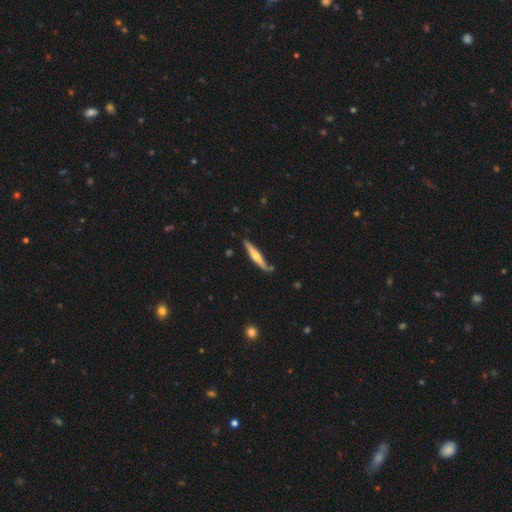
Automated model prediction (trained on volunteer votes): Morphology: type=featured or disk (58%); edge-on=yes (96%); edge-on bulge=rounded (85%); merging=none (81%).